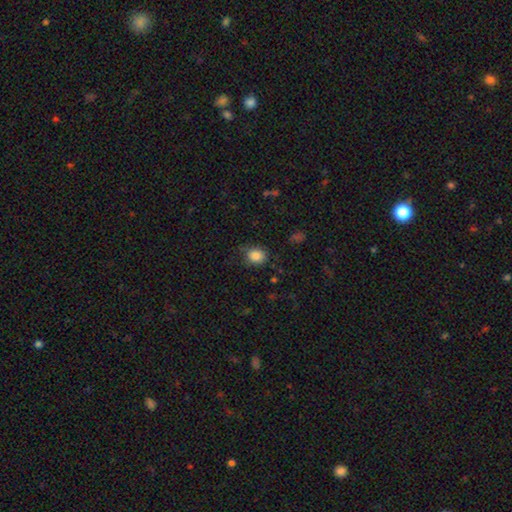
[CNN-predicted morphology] smooth_or_featured: smooth (p=0.85) [alt: star or artifact p=0.10]
how_rounded: round (p=0.67) [alt: in between p=0.32]
merging: none (p=0.76) [alt: minor disturbance p=0.18]